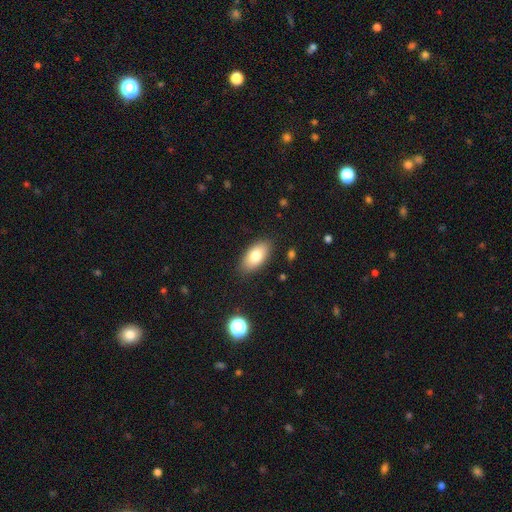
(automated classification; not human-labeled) Smooth or featured? Predicted: smooth (p=0.78). How rounded? Predicted: in between (p=0.93). Merging? Predicted: none (p=0.87).